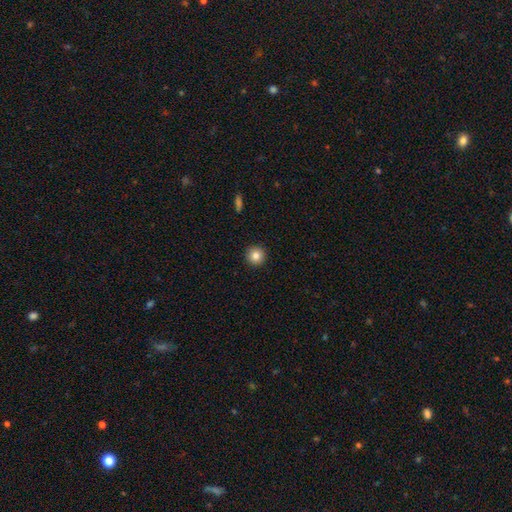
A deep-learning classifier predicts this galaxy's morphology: A smooth galaxy with no disk features (84%) that is round (96%). Merging: none (93%).